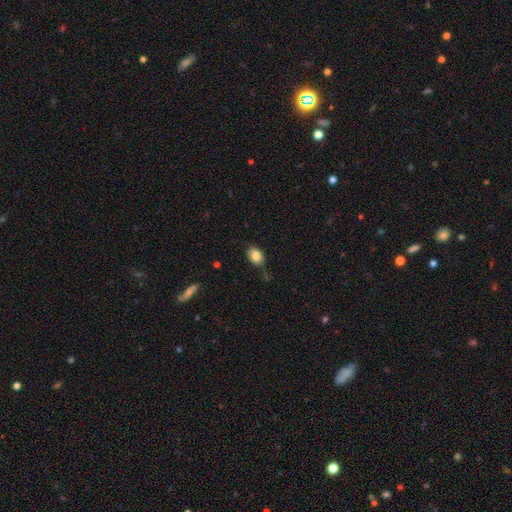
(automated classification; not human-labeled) A smooth galaxy with no disk features (84%) that is in between round and cigar-shaped (77%). Merging: none (73%).